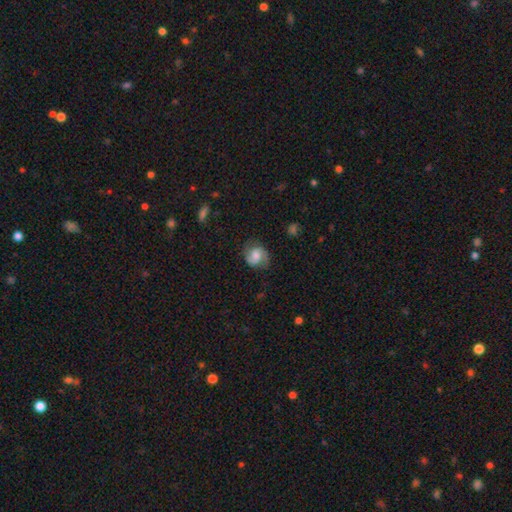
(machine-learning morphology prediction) type=smooth (49%); merging=none (68%).